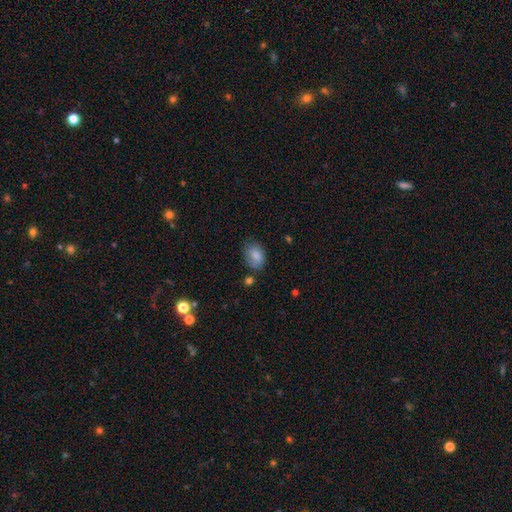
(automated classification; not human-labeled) Smooth or featured?
  - smooth: 81% *
  - featured or disk: 11%
  - star or artifact: 8%
How rounded?
  - in between: 81% *
  - round: 18%
  - cigar-shaped: 1%
Merging?
  - none: 62% *
  - minor disturbance: 26%
  - major disturbance: 8%
  - merger: 4%